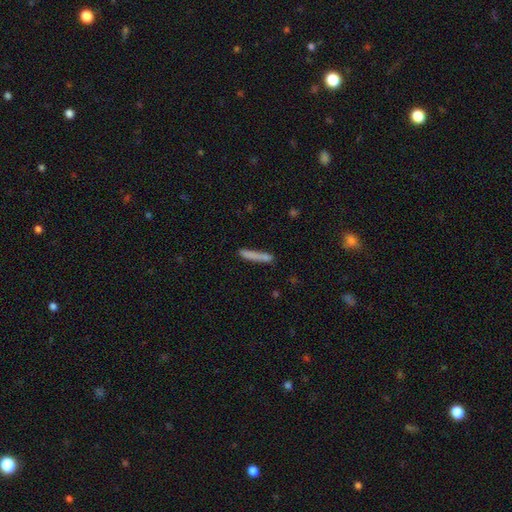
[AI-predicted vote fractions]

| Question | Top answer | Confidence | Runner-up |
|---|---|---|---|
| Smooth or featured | smooth | 77% | featured or disk (15%) |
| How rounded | cigar-shaped | 95% | in between (4%) |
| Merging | none | 81% | minor disturbance (13%) |